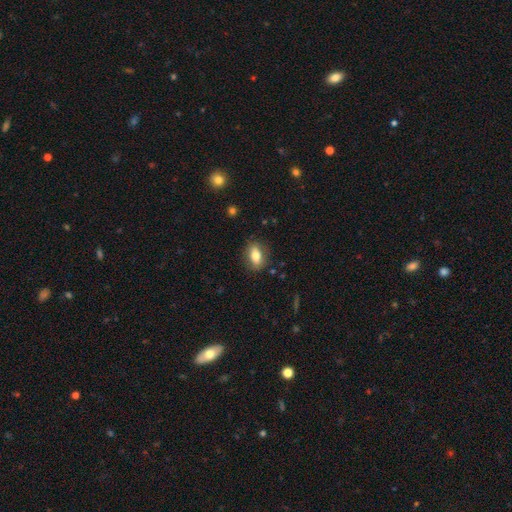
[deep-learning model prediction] The model was most divided on "smooth or featured": smooth: 74%, featured or disk: 18%, star or artifact: 8%. More confident: merging — none (84%); how rounded — in between (81%).